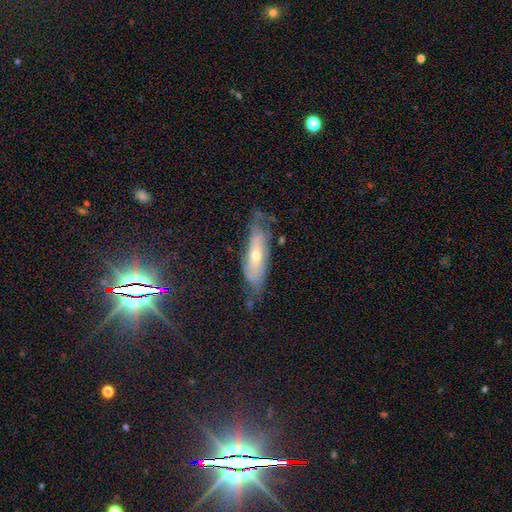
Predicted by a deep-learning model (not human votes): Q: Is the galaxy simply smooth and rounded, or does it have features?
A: featured or disk — 61%.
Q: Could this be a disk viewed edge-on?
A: no — 69%.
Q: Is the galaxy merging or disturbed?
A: none — 56%.